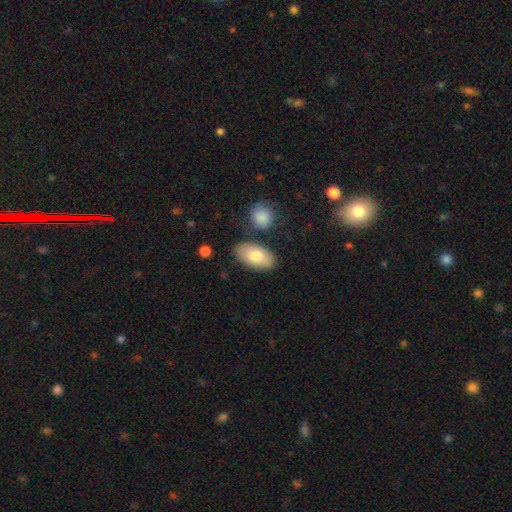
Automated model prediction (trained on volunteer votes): The model was most divided on "smooth or featured": smooth: 78%, featured or disk: 17%, star or artifact: 6%. More confident: how rounded — in between (94%); merging — none (78%).